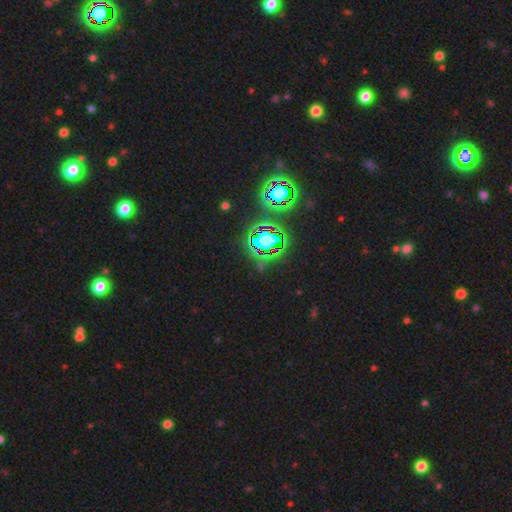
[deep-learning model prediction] A star or artifact, not a galaxy (81%).